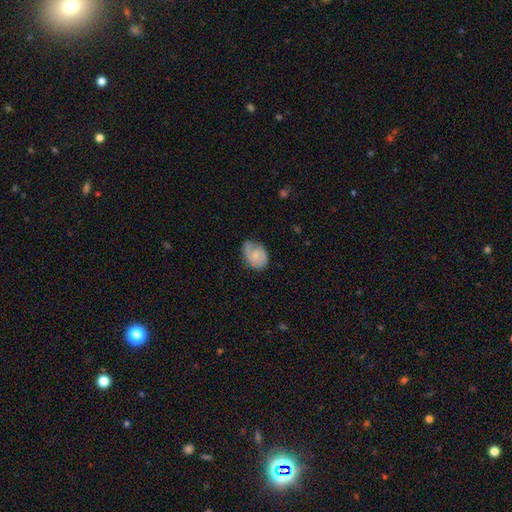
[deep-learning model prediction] smooth 52%, featured or disk 41%, star or artifact 7%. Down the decision tree: how rounded — in between (72%); merging — none (60%).